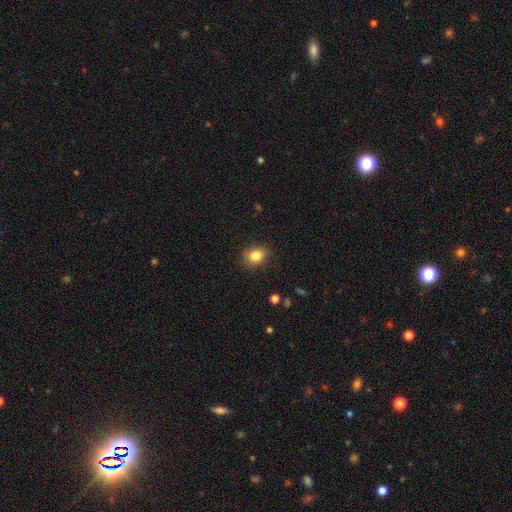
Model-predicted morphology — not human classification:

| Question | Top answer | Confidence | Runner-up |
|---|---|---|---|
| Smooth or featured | smooth | 85% | star or artifact (9%) |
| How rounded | in between | 67% | round (32%) |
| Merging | none | 85% | minor disturbance (11%) |